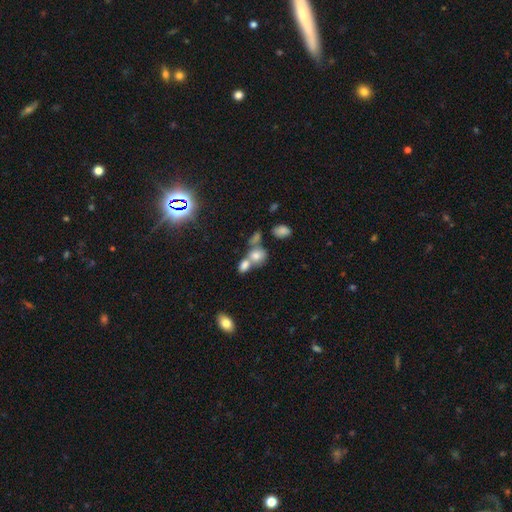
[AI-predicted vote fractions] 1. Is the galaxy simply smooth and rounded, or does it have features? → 74% smooth, 14% featured or disk, 13% star or artifact.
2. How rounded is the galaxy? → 55% in between, 42% round, 2% cigar-shaped.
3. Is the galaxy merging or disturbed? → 55% merger, 30% none, 9% minor disturbance, 5% major disturbance.